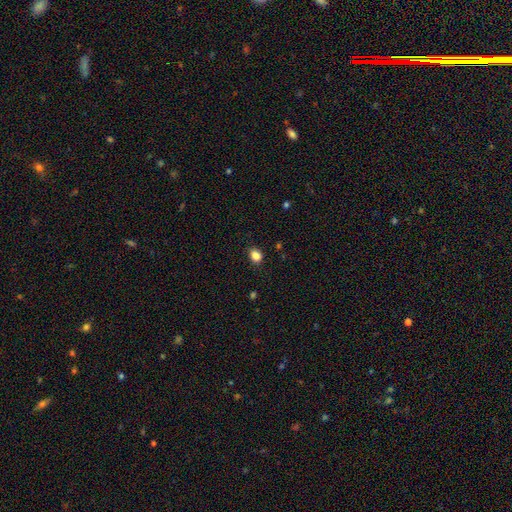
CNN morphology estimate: smooth-or-featured: smooth: 86% | star or artifact: 11% | featured or disk: 4%
  how-rounded: in between: 59% | round: 40% | cigar-shaped: 1%
  merging: none: 86% | minor disturbance: 11% | major disturbance: 3% | merger: 1%